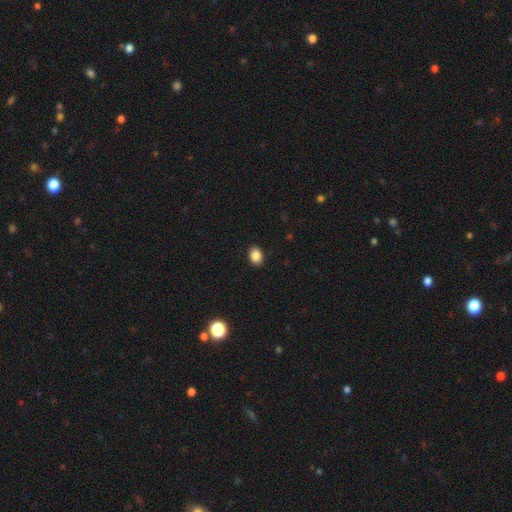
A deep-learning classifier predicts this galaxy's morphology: Smooth or featured? Predicted: smooth (p=0.87). How rounded? Predicted: in between (p=0.69). Merging? Predicted: none (p=0.90).